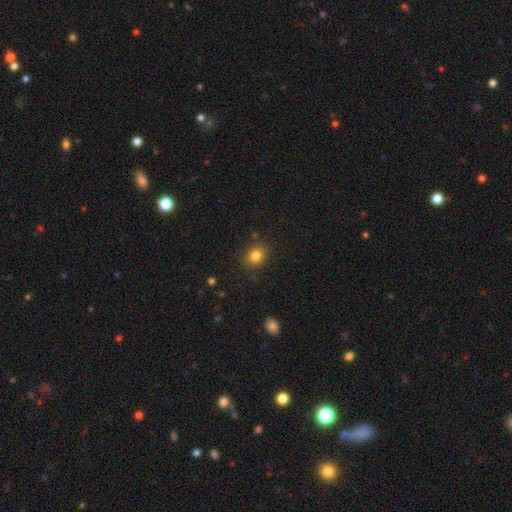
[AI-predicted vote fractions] Smooth or featured?
  - smooth: 82% *
  - star or artifact: 12%
  - featured or disk: 7%
How rounded?
  - round: 63% *
  - in between: 36%
  - cigar-shaped: 1%
Merging?
  - none: 85% *
  - minor disturbance: 10%
  - major disturbance: 3%
  - merger: 2%